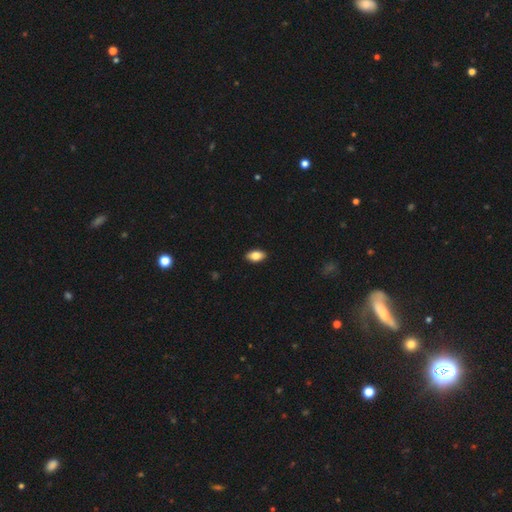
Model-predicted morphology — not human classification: Smooth or featured?
  - smooth: 83% *
  - featured or disk: 9%
  - star or artifact: 7%
How rounded?
  - in between: 92% *
  - round: 4%
  - cigar-shaped: 4%
Merging?
  - none: 90% *
  - minor disturbance: 7%
  - major disturbance: 2%
  - merger: 1%